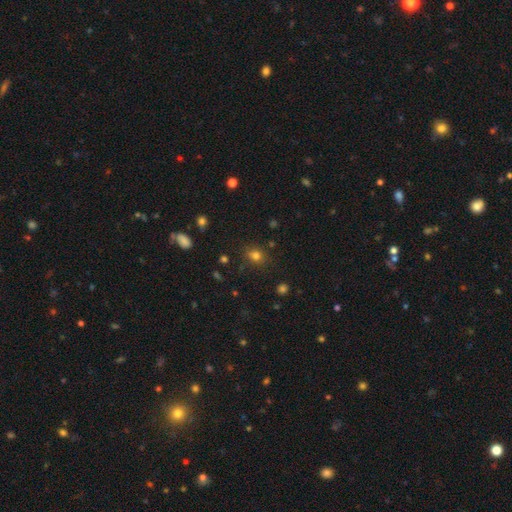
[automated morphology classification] smooth-or-featured: smooth: 76% | star or artifact: 16% | featured or disk: 7%
  how-rounded: round: 61% | in between: 38% | cigar-shaped: 1%
  merging: none: 81% | minor disturbance: 13% | major disturbance: 4% | merger: 3%